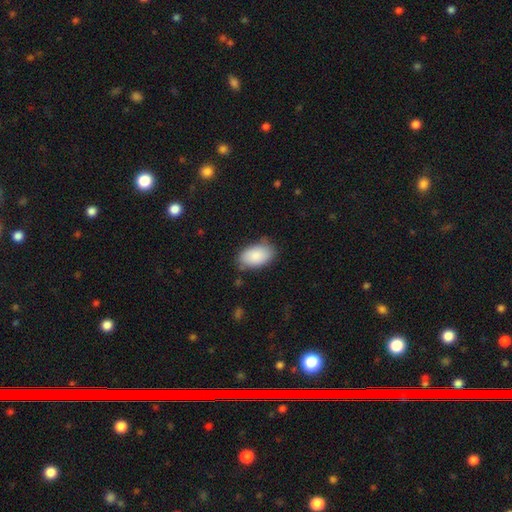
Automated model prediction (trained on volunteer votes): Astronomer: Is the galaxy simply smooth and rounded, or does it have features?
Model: smooth — 88%.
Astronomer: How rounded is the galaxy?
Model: in between — 94%.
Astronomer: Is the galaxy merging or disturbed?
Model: none — 74%.